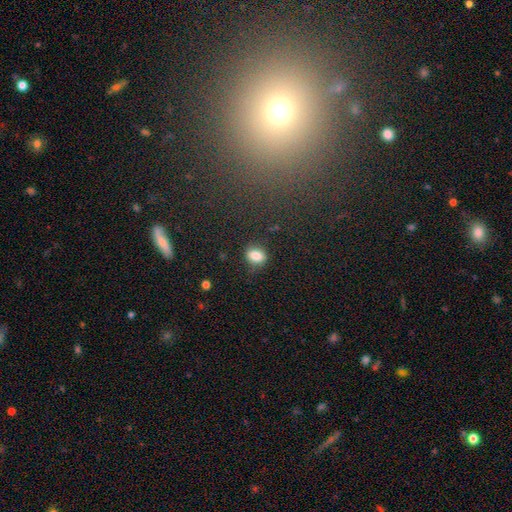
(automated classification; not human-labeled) A smooth galaxy with no disk features (83%) that is in between round and cigar-shaped (64%). Merging: none (80%).